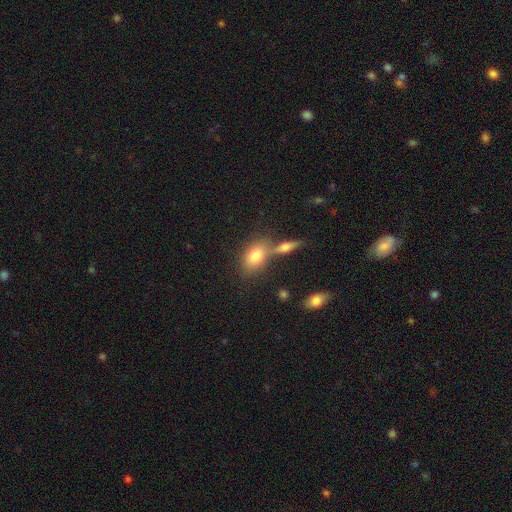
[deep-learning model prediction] Smooth or featured? Predicted: smooth (p=0.78). How rounded? Predicted: in between (p=0.80). Merging? Predicted: none (p=0.54).